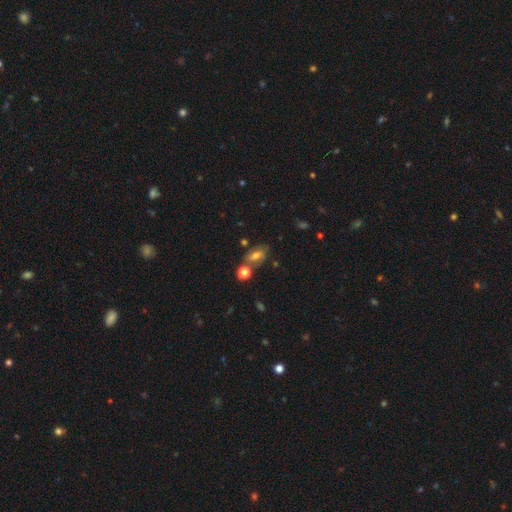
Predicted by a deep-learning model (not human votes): Smooth or featured? smooth (58%)
How rounded? in between (80%)
Merging? none (64%)